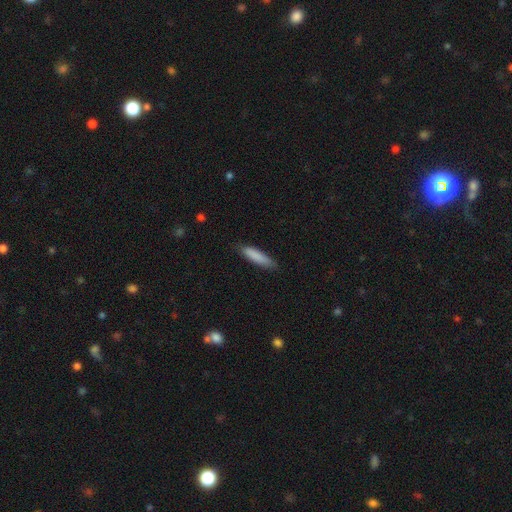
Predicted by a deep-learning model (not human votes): The model was most divided on "how rounded": cigar-shaped: 76%, in between: 23%, round: 1%. More confident: smooth or featured — smooth (86%); merging — none (82%).